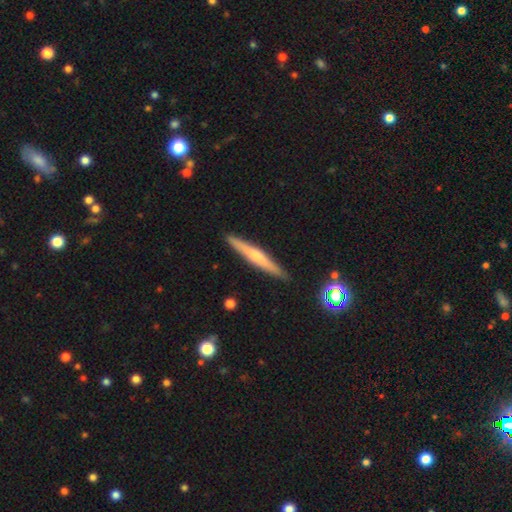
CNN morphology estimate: Smooth or featured? featured or disk (56%)
Edge-on disk? yes (97%)
Edge-on bulge? rounded (72%)
Merging? none (91%)